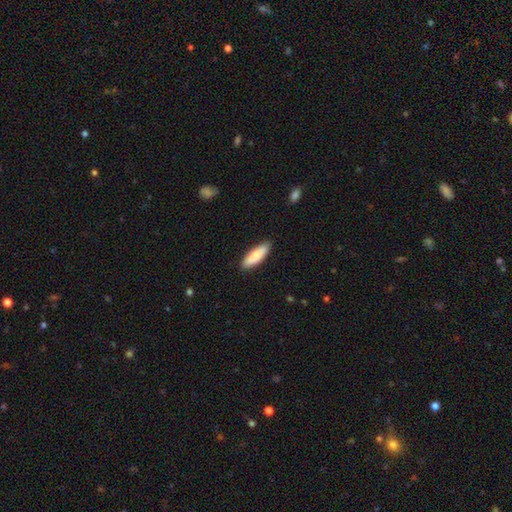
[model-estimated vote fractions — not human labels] smooth 83%, featured or disk 12%, star or artifact 5%. Down the decision tree: how rounded — in between (55%); merging — none (87%).